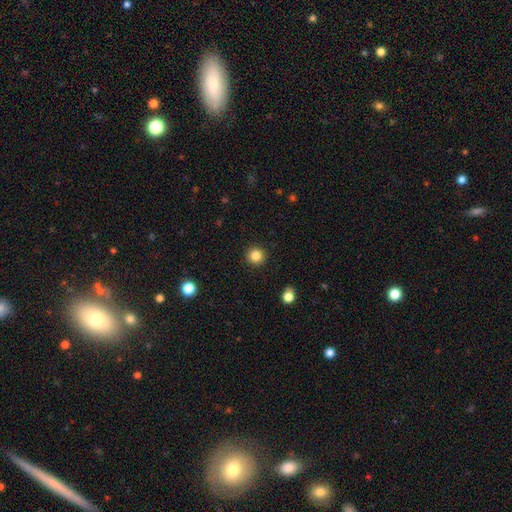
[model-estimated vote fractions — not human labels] This is clearly a smooth galaxy (84%). How rounded: clearly round (95%). Merging: clearly none (93%).